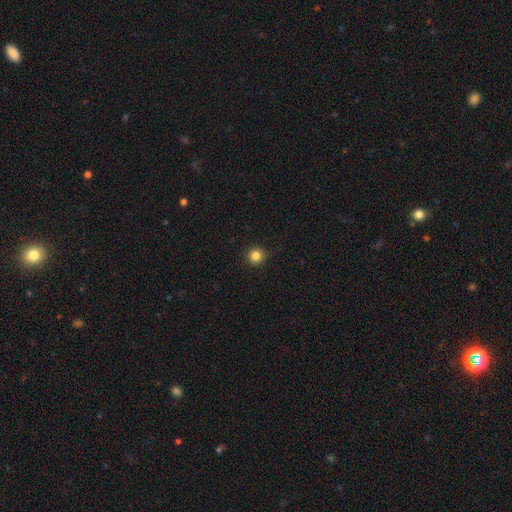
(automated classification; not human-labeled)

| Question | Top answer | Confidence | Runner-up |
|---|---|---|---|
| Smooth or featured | smooth | 84% | star or artifact (12%) |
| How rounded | round | 95% | in between (4%) |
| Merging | none | 92% | minor disturbance (5%) |